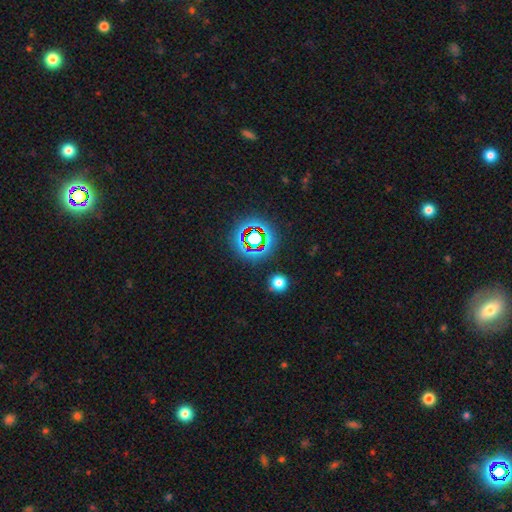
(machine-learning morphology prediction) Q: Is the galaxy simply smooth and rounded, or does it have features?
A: star or artifact — 55%.